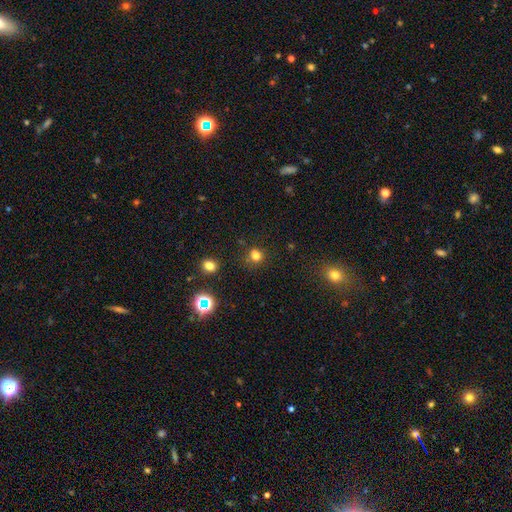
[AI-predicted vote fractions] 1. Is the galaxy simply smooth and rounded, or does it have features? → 75% smooth, 19% star or artifact, 6% featured or disk.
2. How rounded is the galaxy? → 82% round, 17% in between, 1% cigar-shaped.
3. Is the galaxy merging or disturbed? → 73% none, 14% minor disturbance, 8% merger, 5% major disturbance.